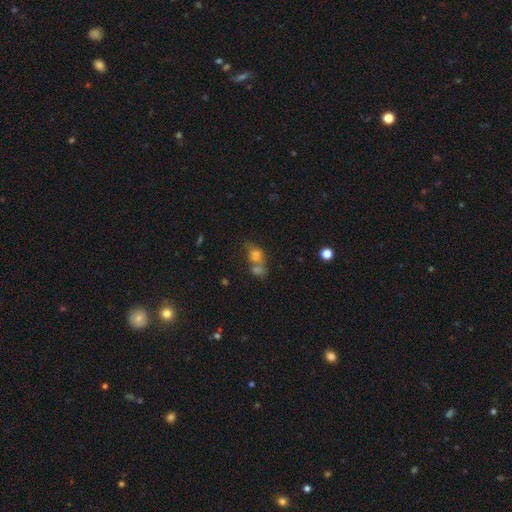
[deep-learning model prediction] This appears to be a smooth galaxy with no disk features (64%) that is round (54%). Merging: merger (54%).